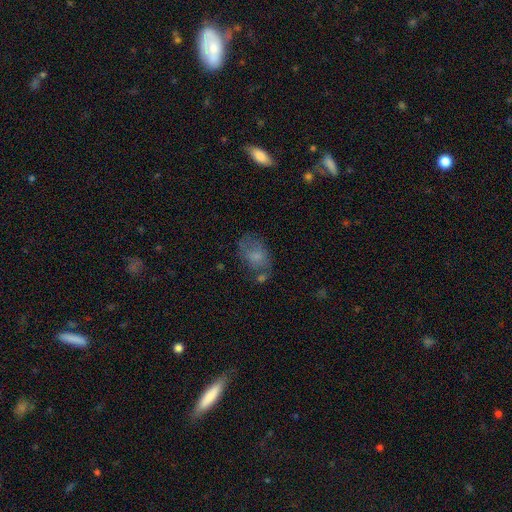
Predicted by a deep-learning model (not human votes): This is likely a smooth galaxy (68%). How rounded: clearly in between (84%). Merging: possibly none (46%).